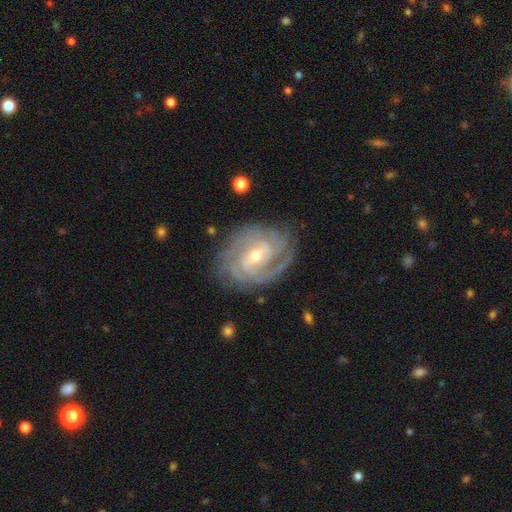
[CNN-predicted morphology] The model was most divided on "bulge size": small: 49%, moderate: 48%, large: 2%, none: 1%, dominant: 1%. Remaining: spiral arms — yes (98%); edge-on disk — no (97%); smooth or featured — featured or disk (90%); merging — none (78%); spiral winding — tight (70%); bar — weak (49%); spiral arm count — 3 (27%).